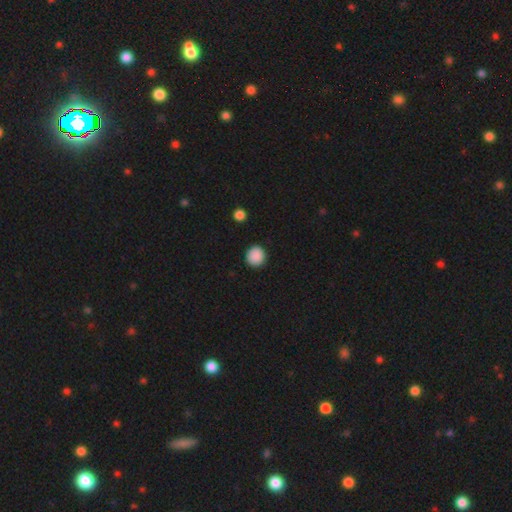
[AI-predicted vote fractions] smooth 89%, star or artifact 9%, featured or disk 2%. Down the decision tree: how rounded — round (93%); merging — none (92%).